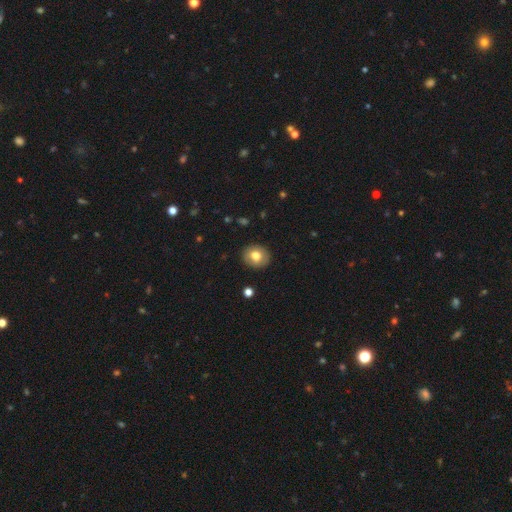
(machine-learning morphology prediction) smooth 79%, featured or disk 13%, star or artifact 8%. Down the decision tree: how rounded — round (78%); merging — none (89%).